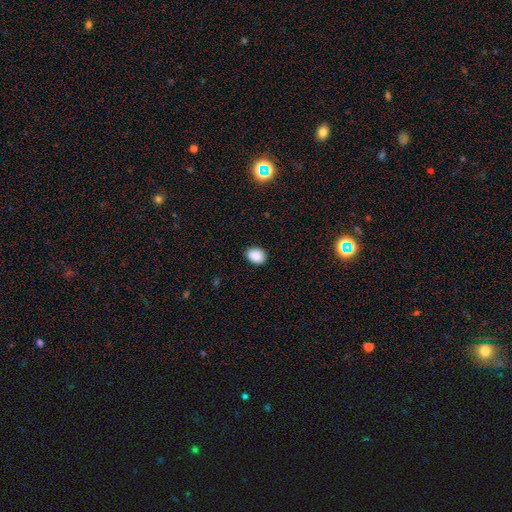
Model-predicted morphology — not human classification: Smooth or featured? Predicted: smooth (p=0.90). How rounded? Predicted: in between (p=0.71). Merging? Predicted: none (p=0.89).